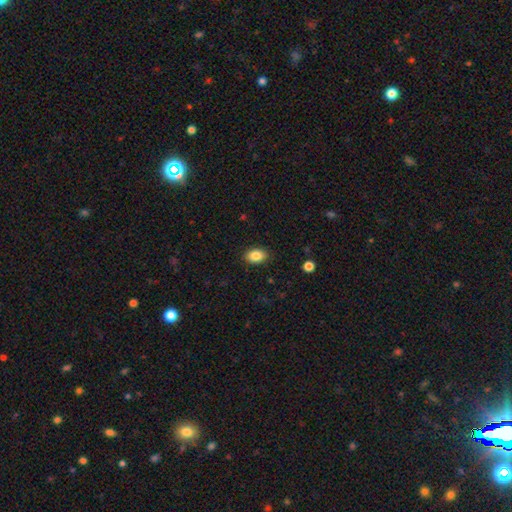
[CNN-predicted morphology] This appears to be a smooth galaxy with no disk features (86%) that is in between round and cigar-shaped (85%). Merging: none (88%).